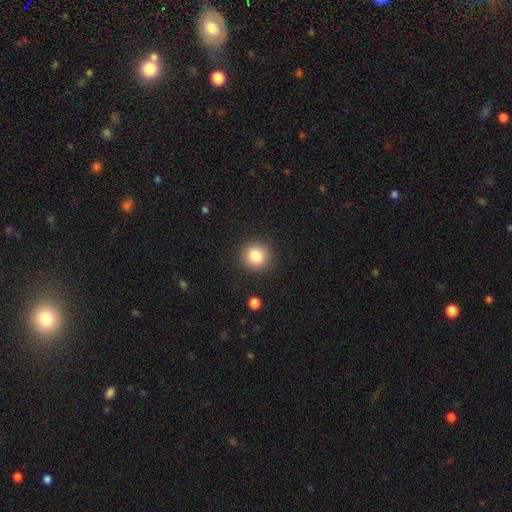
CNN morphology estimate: Smooth or featured?
  - smooth: 83% *
  - star or artifact: 10%
  - featured or disk: 6%
How rounded?
  - round: 91% *
  - in between: 8%
  - cigar-shaped: 1%
Merging?
  - none: 90% *
  - minor disturbance: 6%
  - major disturbance: 2%
  - merger: 1%